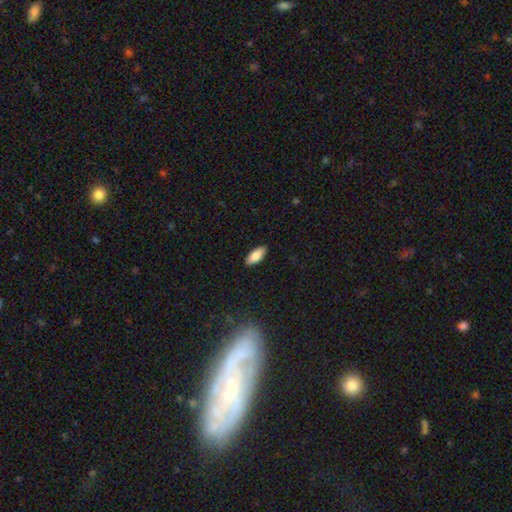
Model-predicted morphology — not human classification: This is clearly a smooth galaxy (85%). How rounded: clearly in between (82%). Merging: clearly none (88%).